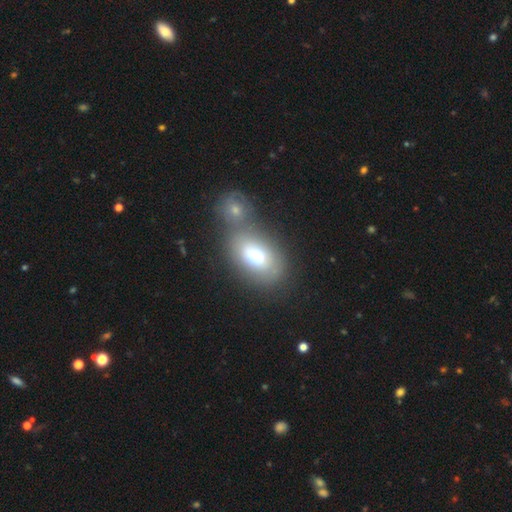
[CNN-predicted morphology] The model was most divided on "merging": none: 43%, merger: 42%, minor disturbance: 10%, major disturbance: 5%. More confident: how rounded — in between (81%); smooth or featured — smooth (70%).